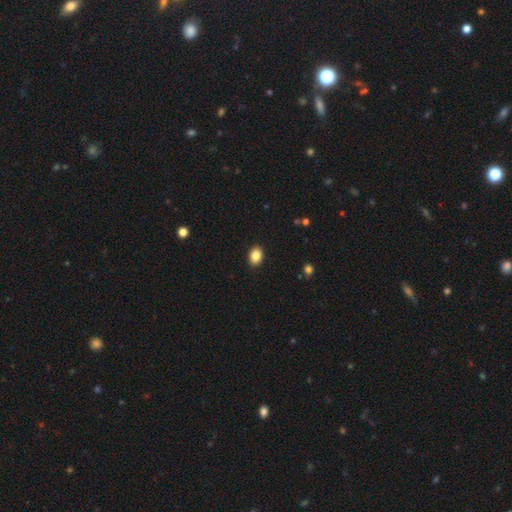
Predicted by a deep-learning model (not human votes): Overall: smooth (87%). How rounded: in between (73%). Merging: none (90%).